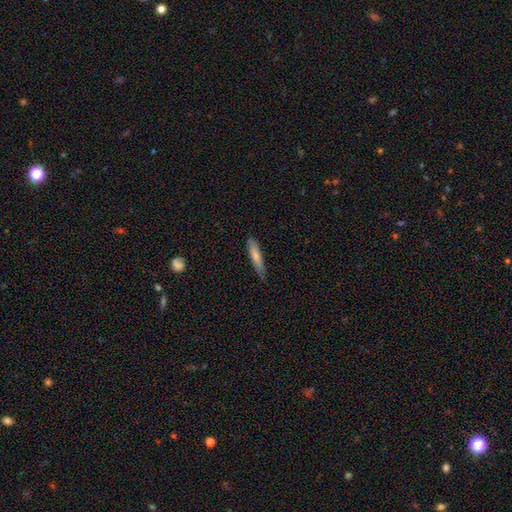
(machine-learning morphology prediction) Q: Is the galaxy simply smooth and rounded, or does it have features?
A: smooth — 74%.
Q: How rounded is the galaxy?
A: cigar-shaped — 83%.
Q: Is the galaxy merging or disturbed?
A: none — 74%.